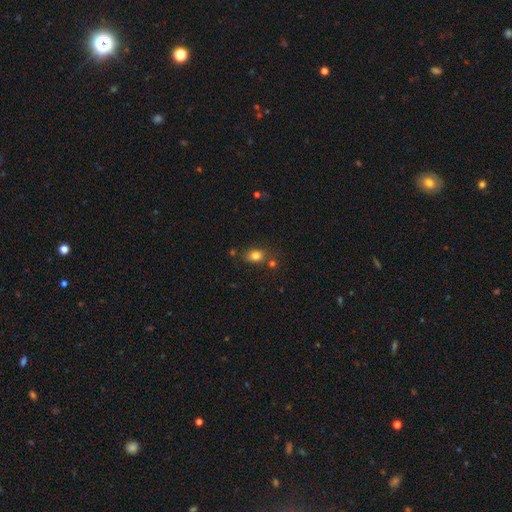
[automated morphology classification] A smooth galaxy with no disk features (79%) that is in between round and cigar-shaped (64%). Merging: none (68%).